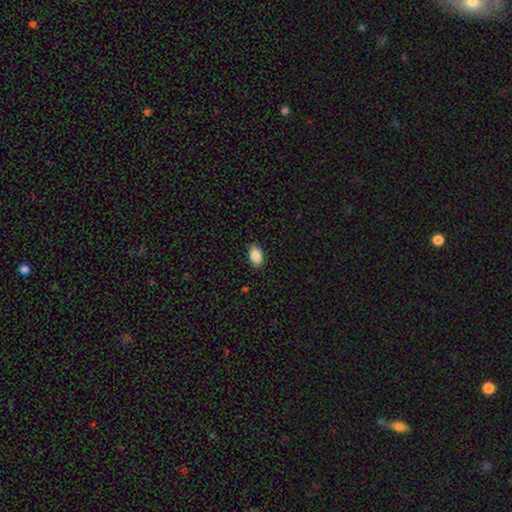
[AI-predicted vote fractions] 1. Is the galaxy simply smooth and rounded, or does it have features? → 89% smooth, 7% star or artifact, 4% featured or disk.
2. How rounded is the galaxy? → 93% in between, 4% round, 2% cigar-shaped.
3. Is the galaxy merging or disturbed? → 88% none, 9% minor disturbance, 2% major disturbance, 1% merger.